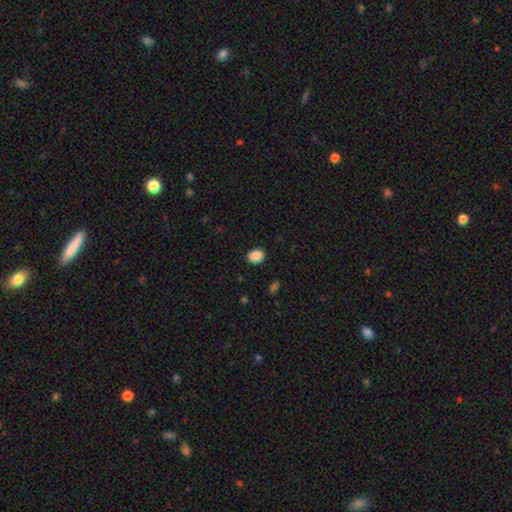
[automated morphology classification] A smooth galaxy with no disk features (89%) that is in between round and cigar-shaped (51%).

Vote fractions:
- Smooth or featured? smooth: 89% / star or artifact: 9% / featured or disk: 3%
- How rounded? in between: 51% / round: 49% / cigar-shaped: 1%
- Merging? none: 89% / minor disturbance: 8% / major disturbance: 2% / merger: 1%